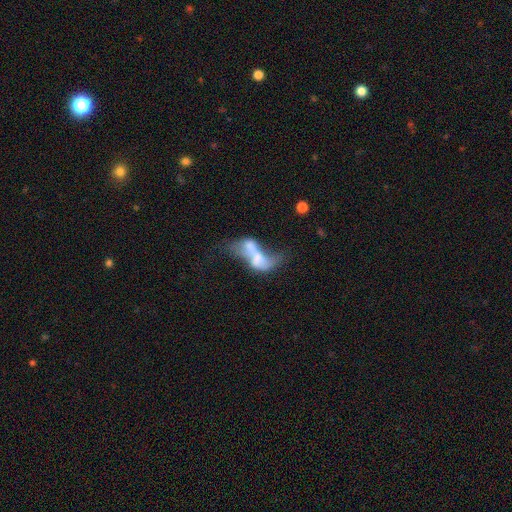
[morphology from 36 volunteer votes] Q: Smooth or featured?
A: featured or disk (61%); runner-up: smooth (39%)
Q: Edge-on disk?
A: no (100%)
Q: Bar?
A: no (59%); runner-up: weak (27%)
Q: Spiral arms?
A: no (55%); runner-up: yes (45%)
Q: Bulge size?
A: none (55%); runner-up: moderate (27%)
Q: Merging?
A: merger (94%); runner-up: major disturbance (6%)